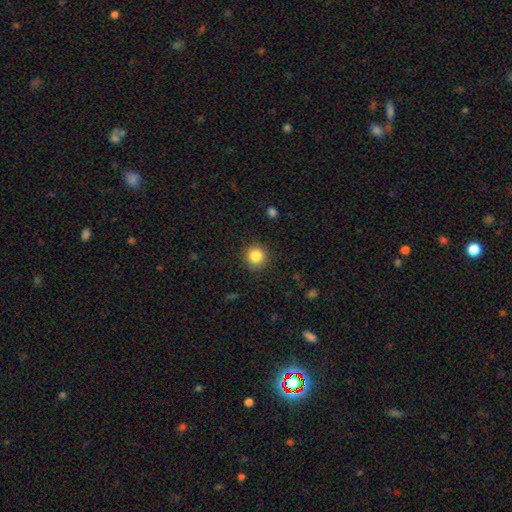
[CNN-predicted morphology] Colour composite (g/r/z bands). It shows a smooth galaxy with no disk features (85%) that is round (93%). Merging: none (89%).